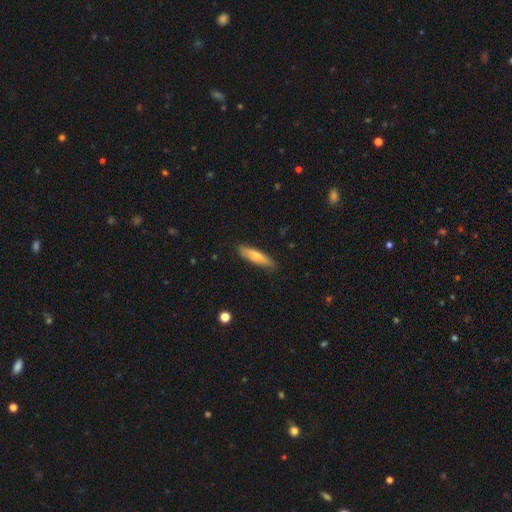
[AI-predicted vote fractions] Smooth or featured: smooth — 69% (featured or disk — 26%)
How rounded: cigar-shaped — 77% (in between — 21%)
Merging: none — 85% (minor disturbance — 12%)